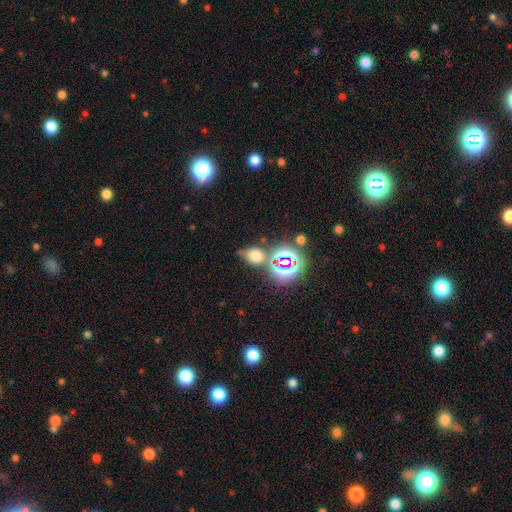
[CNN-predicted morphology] Smooth or featured: smooth — 58% (star or artifact — 31%)
How rounded: round — 52% (in between — 46%)
Merging: none — 60% (minor disturbance — 19%)